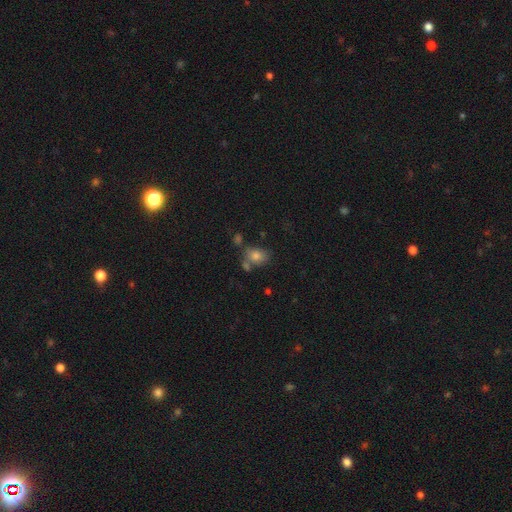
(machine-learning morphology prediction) type=smooth (77%); roundness=in between (59%); merging=none (54%).